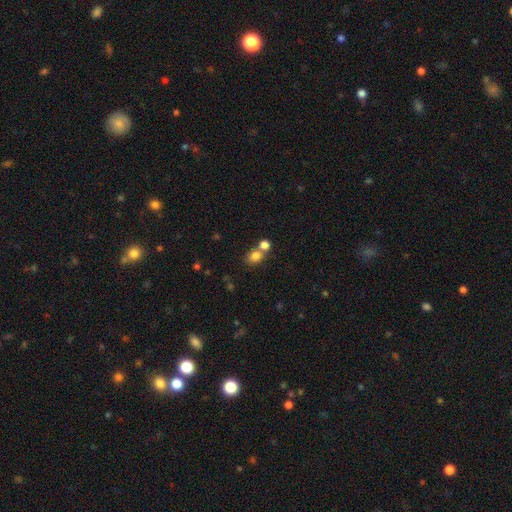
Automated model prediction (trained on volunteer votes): A smooth galaxy with no disk features (81%) that is round (57%).

Vote fractions:
- Smooth or featured? smooth: 81% / star or artifact: 12% / featured or disk: 8%
- How rounded? round: 57% / in between: 42% / cigar-shaped: 1%
- Merging? none: 49% / merger: 39% / minor disturbance: 8% / major disturbance: 4%